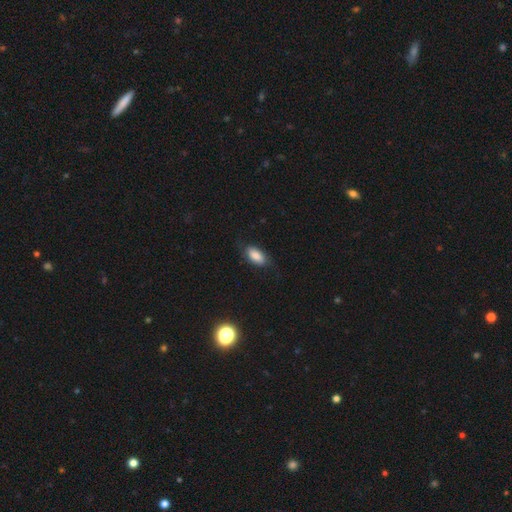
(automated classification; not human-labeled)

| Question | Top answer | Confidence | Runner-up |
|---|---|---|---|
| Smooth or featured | smooth | 80% | featured or disk (12%) |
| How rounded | in between | 89% | cigar-shaped (8%) |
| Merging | none | 73% | minor disturbance (20%) |